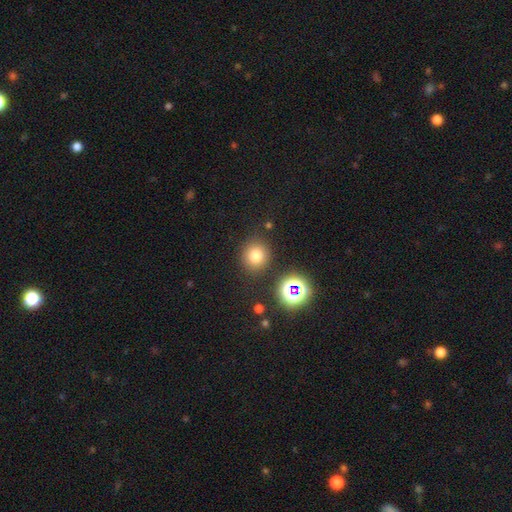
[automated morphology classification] smooth-or-featured: smooth: 75% | star or artifact: 18% | featured or disk: 7%
  how-rounded: round: 88% | in between: 11% | cigar-shaped: 1%
  merging: none: 85% | minor disturbance: 8% | merger: 3% | major disturbance: 3%